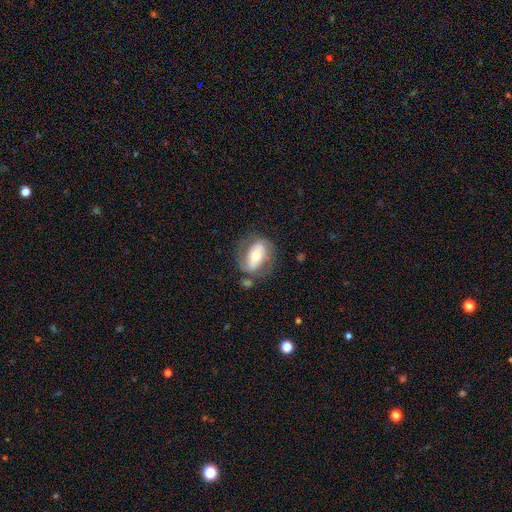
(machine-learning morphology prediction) A featured or disk galaxy (61%) with a strong bar (37%), spiral arms (67%) and a moderate central bulge (66%).

Vote fractions:
- Smooth or featured? featured or disk: 61% / smooth: 32% / star or artifact: 6%
- Edge-on disk? no: 93% / yes: 7%
- Bar? strong: 37% / no: 34% / weak: 29%
- Spiral arms? yes: 67% / no: 33%
- Bulge size? moderate: 66% / small: 22% / large: 9% / dominant: 1% / none: 1%
- Merging? none: 63% / minor disturbance: 20% / major disturbance: 11% / merger: 6%